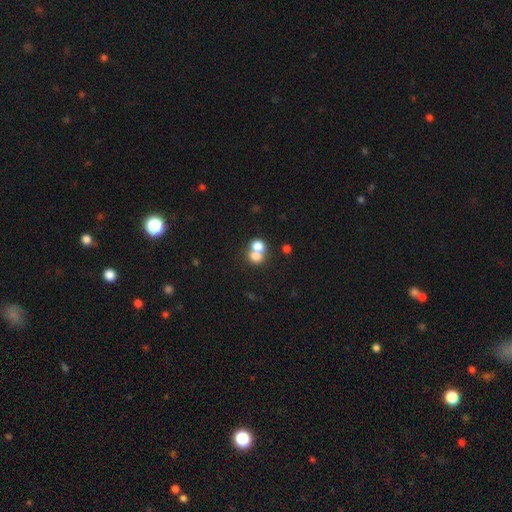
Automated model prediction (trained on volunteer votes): Smooth or featured: smooth — 72% (featured or disk — 16%)
How rounded: round — 60% (in between — 39%)
Merging: merger — 61% (none — 30%)